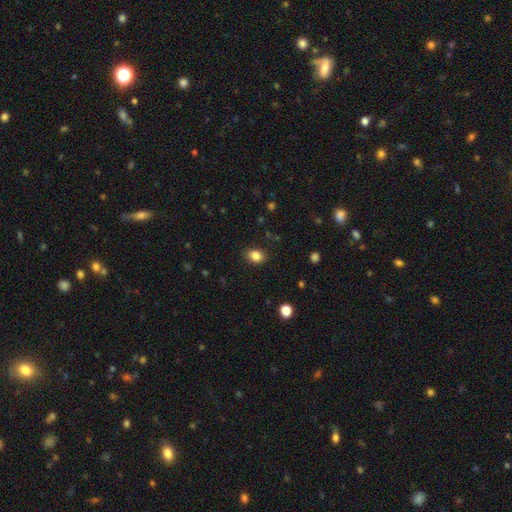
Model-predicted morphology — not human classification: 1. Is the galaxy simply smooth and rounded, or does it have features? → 84% smooth, 10% star or artifact, 5% featured or disk.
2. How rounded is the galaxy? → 63% in between, 36% round, 1% cigar-shaped.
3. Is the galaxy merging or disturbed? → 86% none, 11% minor disturbance, 3% major disturbance, 1% merger.